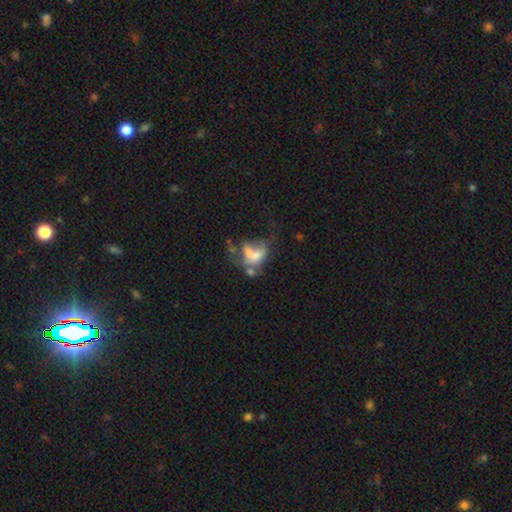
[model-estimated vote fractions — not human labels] A smooth galaxy with no disk features (45%).

Vote fractions:
- Smooth or featured? smooth: 45% / featured or disk: 42% / star or artifact: 13%
- Merging? merger: 42% / major disturbance: 31% / none: 15% / minor disturbance: 12%